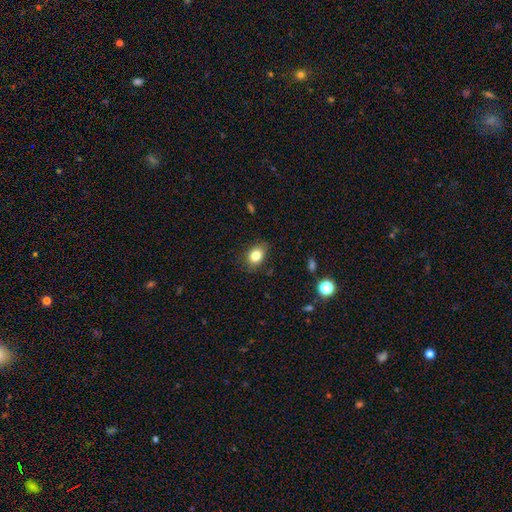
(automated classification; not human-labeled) Q: Smooth or featured?
A: smooth (82%); runner-up: star or artifact (9%)
Q: How rounded?
A: in between (73%); runner-up: round (25%)
Q: Merging?
A: none (82%); runner-up: minor disturbance (14%)